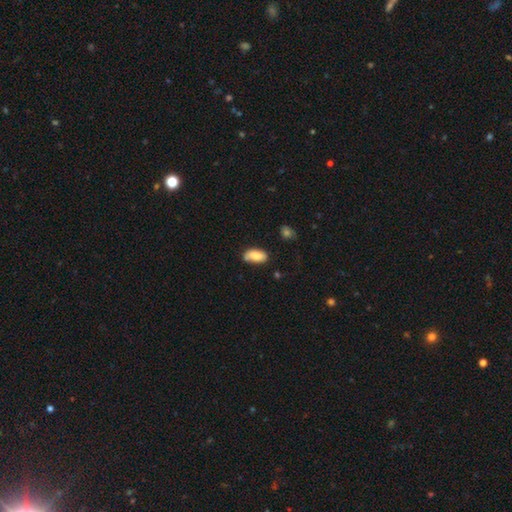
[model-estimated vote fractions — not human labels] Smooth or featured?
  - smooth: 81% *
  - featured or disk: 12%
  - star or artifact: 7%
How rounded?
  - in between: 92% *
  - cigar-shaped: 5%
  - round: 3%
Merging?
  - none: 63% *
  - minor disturbance: 26%
  - major disturbance: 6%
  - merger: 5%